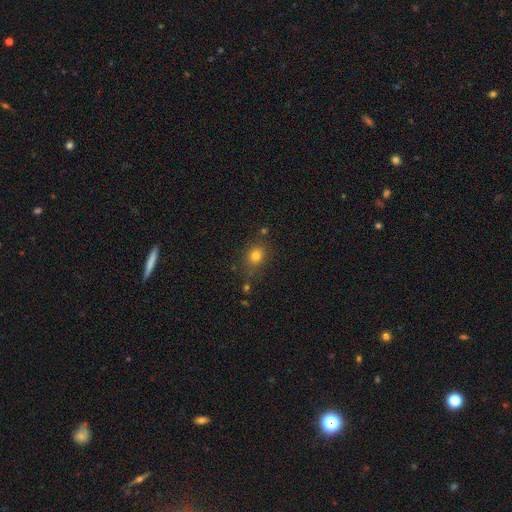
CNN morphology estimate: Overall: smooth (78%). How rounded: round (63%; in between 35%). Merging: none (76%).